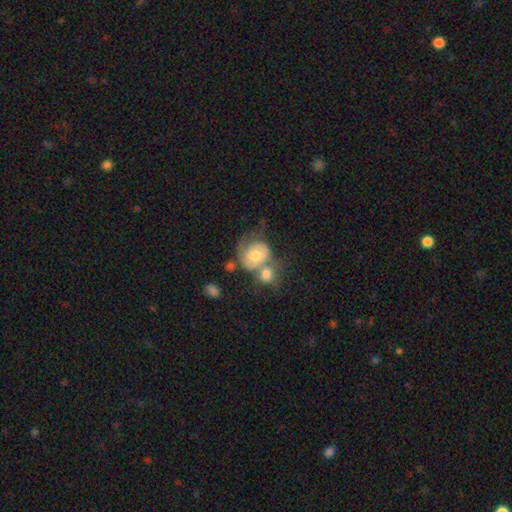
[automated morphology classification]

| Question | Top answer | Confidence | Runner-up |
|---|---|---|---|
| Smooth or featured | smooth | 49% | featured or disk (43%) |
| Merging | merger | 53% | none (21%) |